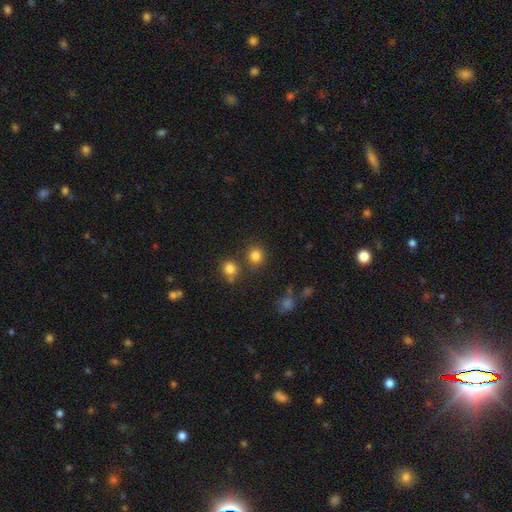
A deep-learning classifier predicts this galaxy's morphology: This appears to be a smooth galaxy with no disk features (81%) that is round (86%). Merging: none (74%).